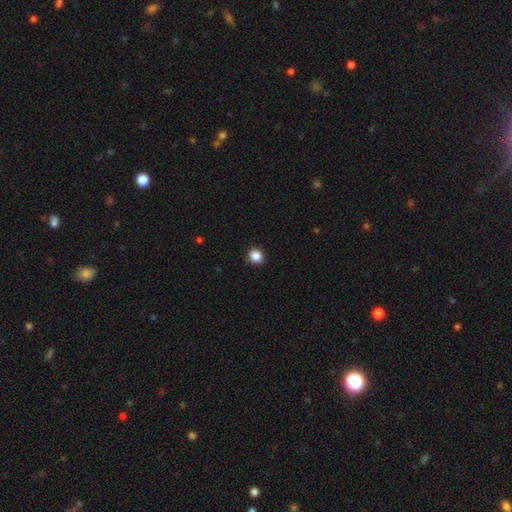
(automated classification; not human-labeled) This appears to be a smooth galaxy with no disk features (86%) that is round (82%). Merging: none (90%).